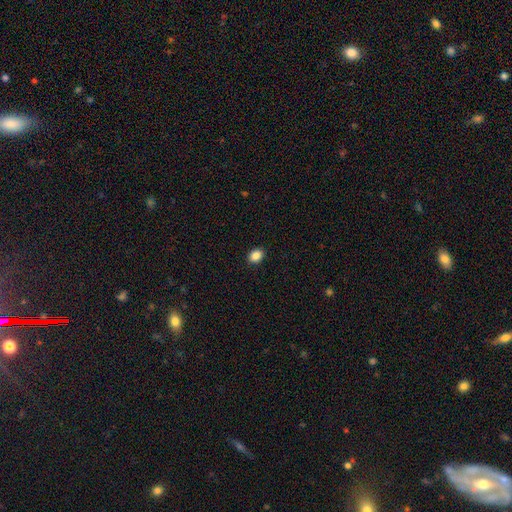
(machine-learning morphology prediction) smooth_or_featured: smooth (p=0.87) [alt: star or artifact p=0.09]
how_rounded: in between (p=0.61) [alt: round p=0.38]
merging: none (p=0.91) [alt: minor disturbance p=0.07]